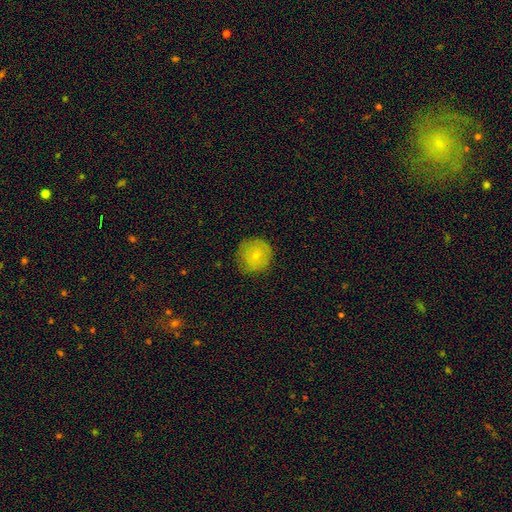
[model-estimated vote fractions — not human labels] Overall: smooth (70%). How rounded: round (93%). Merging: none (79%).